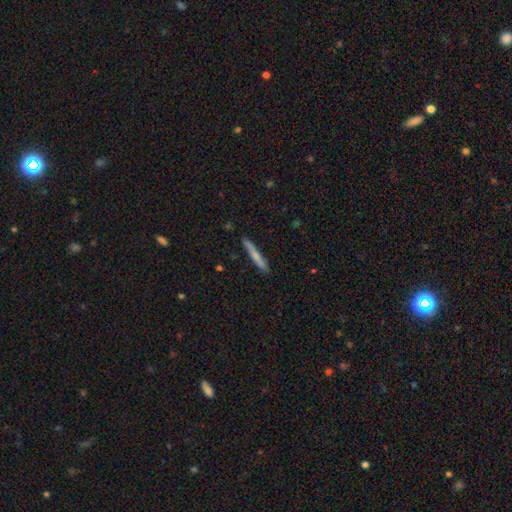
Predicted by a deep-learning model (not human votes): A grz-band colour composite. It shows a smooth galaxy with no disk features (67%) that is cigar-shaped (96%). Merging: none (88%).